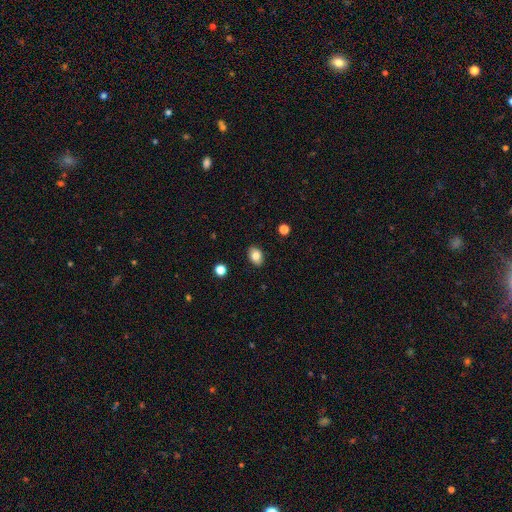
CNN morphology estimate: A smooth galaxy with no disk features (84%) that is in between round and cigar-shaped (79%). Merging: none (88%).